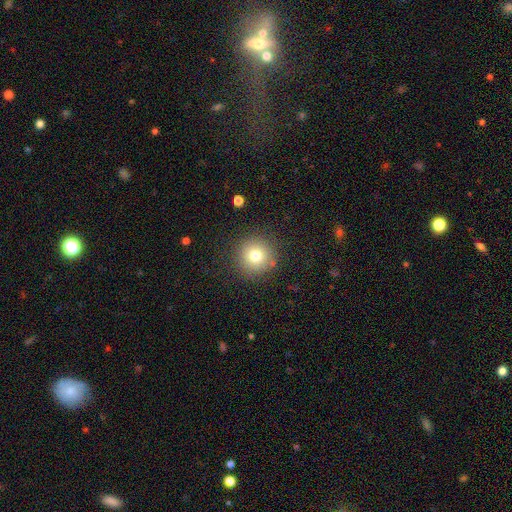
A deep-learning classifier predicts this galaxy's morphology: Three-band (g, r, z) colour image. It shows a smooth galaxy with no disk features (74%) that is round (96%). Merging: none (90%).